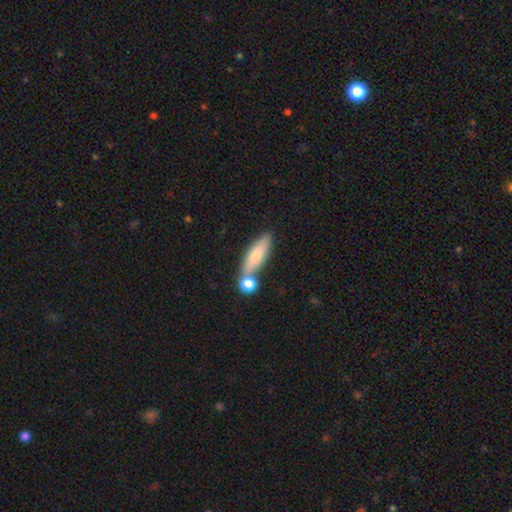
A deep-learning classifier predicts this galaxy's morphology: This is likely a smooth galaxy (65%). How rounded: possibly cigar-shaped (51%). Merging: likely none (64%).